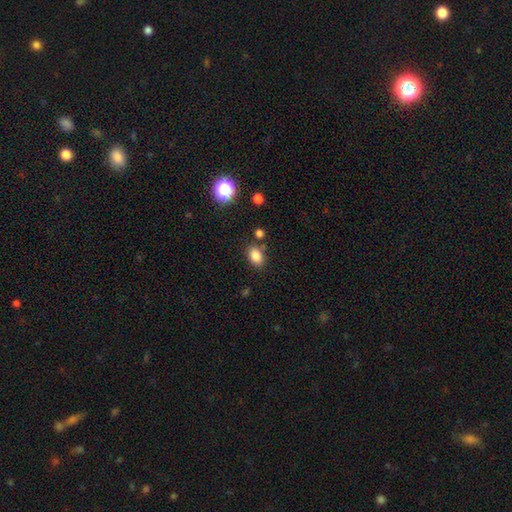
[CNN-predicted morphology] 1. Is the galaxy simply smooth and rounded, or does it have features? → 84% smooth, 11% star or artifact, 6% featured or disk.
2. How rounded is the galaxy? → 82% in between, 17% round, 1% cigar-shaped.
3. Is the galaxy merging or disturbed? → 79% none, 12% minor disturbance, 7% merger, 3% major disturbance.